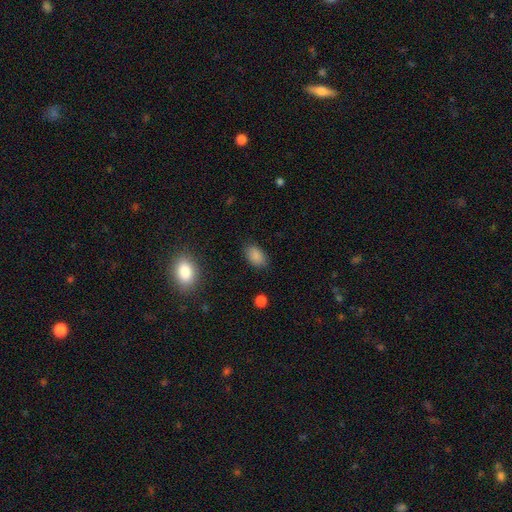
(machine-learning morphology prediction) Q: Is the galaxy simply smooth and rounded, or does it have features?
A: smooth — 86%.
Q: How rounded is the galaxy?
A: in between — 90%.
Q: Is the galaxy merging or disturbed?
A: none — 84%.